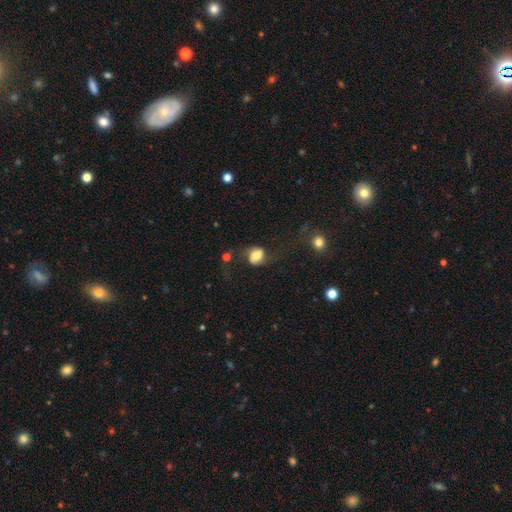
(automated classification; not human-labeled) Smooth or featured? Predicted: smooth (p=0.47). Merging? Predicted: none (p=0.54).